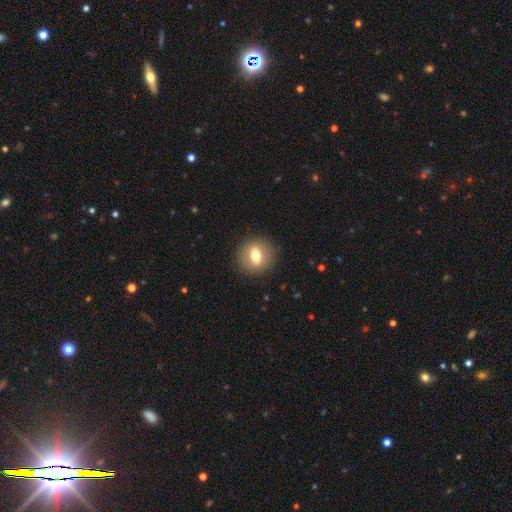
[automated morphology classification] A smooth galaxy with no disk features (59%) that is round (73%).

Vote fractions:
- Smooth or featured? smooth: 59% / featured or disk: 32% / star or artifact: 9%
- How rounded? round: 73% / in between: 25% / cigar-shaped: 2%
- Merging? none: 88% / minor disturbance: 8% / major disturbance: 3% / merger: 1%